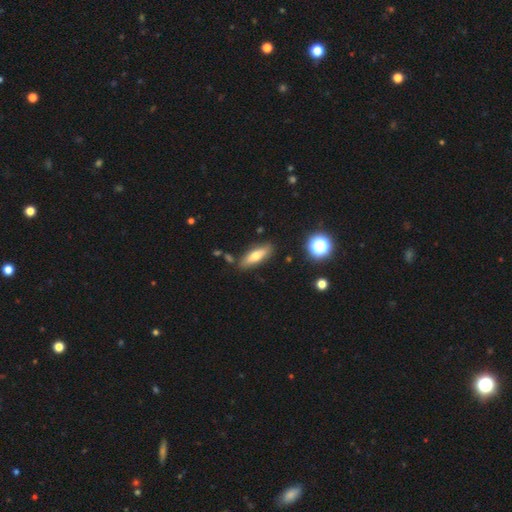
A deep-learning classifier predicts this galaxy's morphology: Smooth or featured? smooth (58%)
How rounded? in between (49%)
Merging? none (83%)